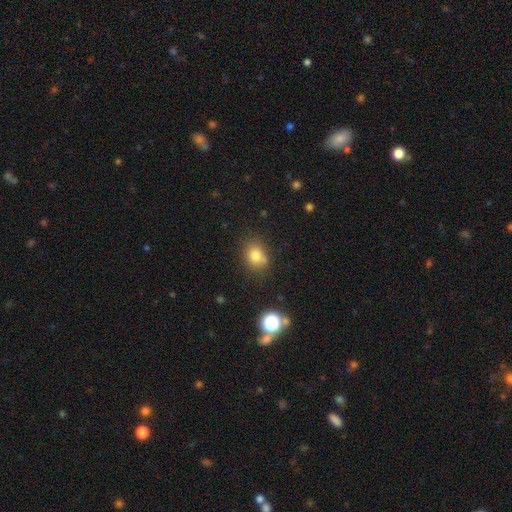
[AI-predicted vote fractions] smooth_or_featured: smooth (p=0.79) [alt: star or artifact p=0.13]
how_rounded: round (p=0.55) [alt: in between p=0.44]
merging: none (p=0.66) [alt: minor disturbance p=0.19]